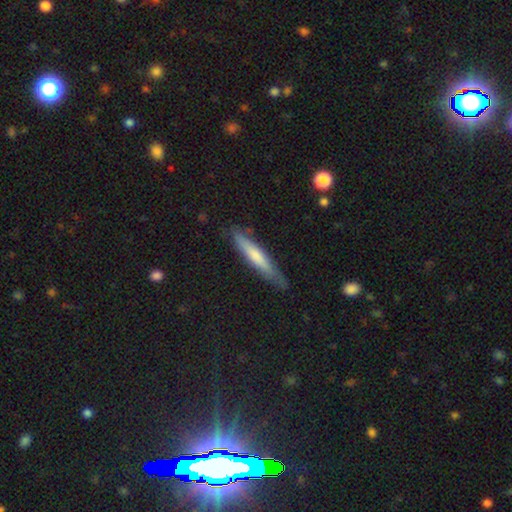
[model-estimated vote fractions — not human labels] This appears to be a smooth galaxy with no disk features (46%). Merging: none (84%).